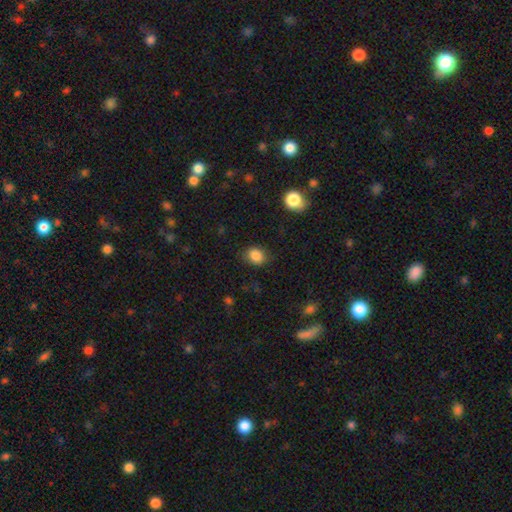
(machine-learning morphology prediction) Smooth or featured? smooth (86%)
How rounded? in between (53%)
Merging? none (78%)